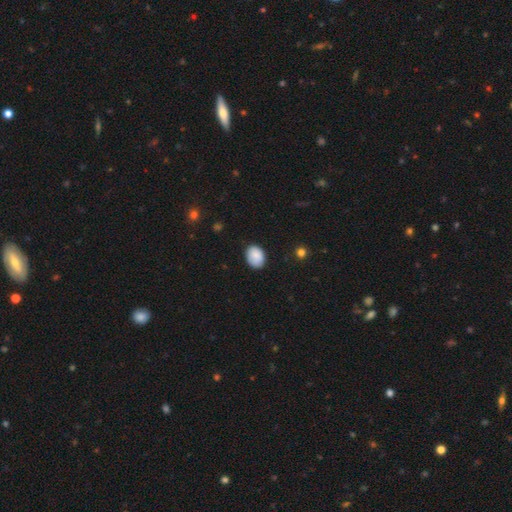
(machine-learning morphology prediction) Overall: smooth (88%). How rounded: in between (73%). Merging: none (82%).